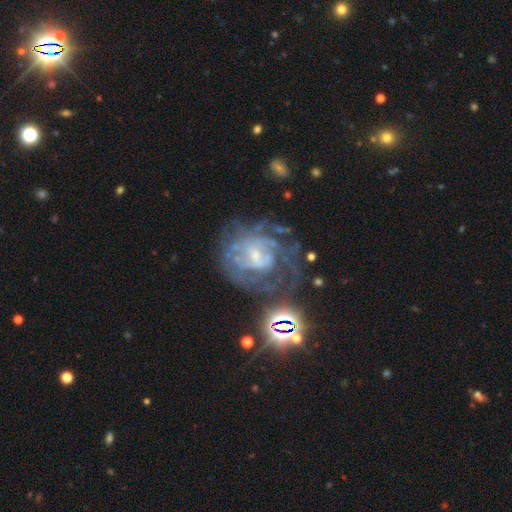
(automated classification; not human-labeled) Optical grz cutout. It shows a featured or disk galaxy (74%) with no bar (54%), tight (51%) spiral arms (70%) and a small central bulge (54%). Merging: none (47%).